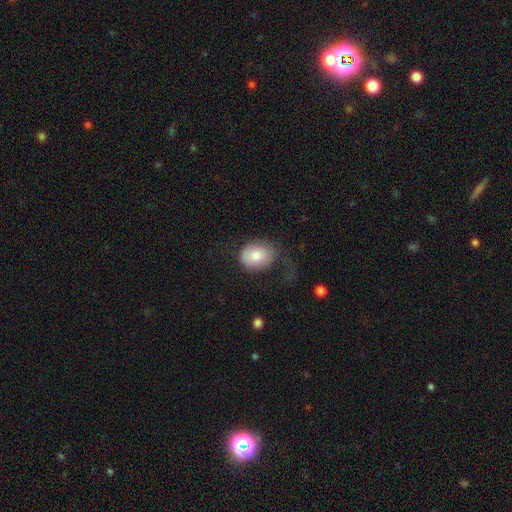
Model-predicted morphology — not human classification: Smooth or featured?
  - smooth: 75% *
  - featured or disk: 17%
  - star or artifact: 8%
How rounded?
  - round: 50% *
  - in between: 49%
  - cigar-shaped: 1%
Merging?
  - none: 41% *
  - major disturbance: 32%
  - minor disturbance: 24%
  - merger: 2%